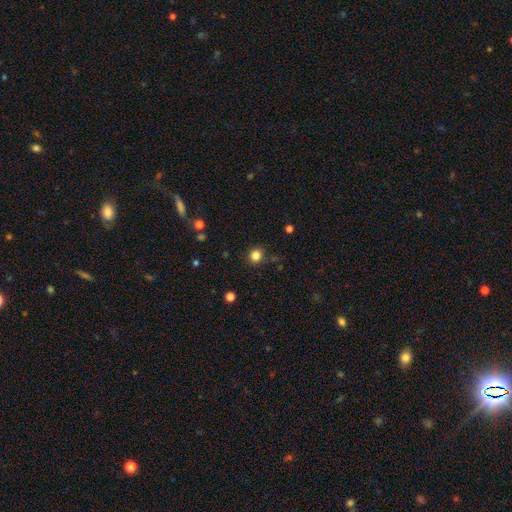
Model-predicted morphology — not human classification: type=smooth (83%); roundness=round (84%); merging=none (86%).